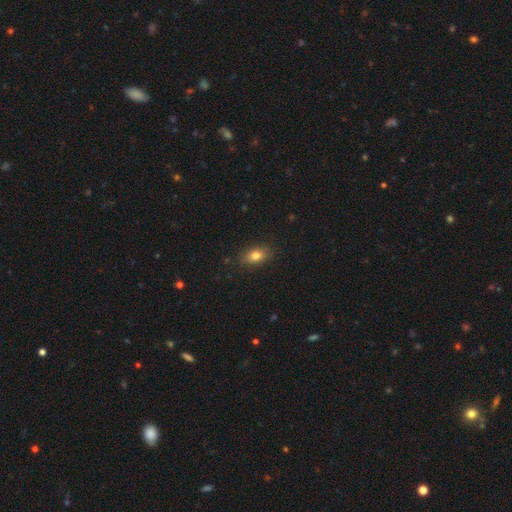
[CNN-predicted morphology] Overall: smooth (81%). How rounded: in between (84%). Merging: none (86%).